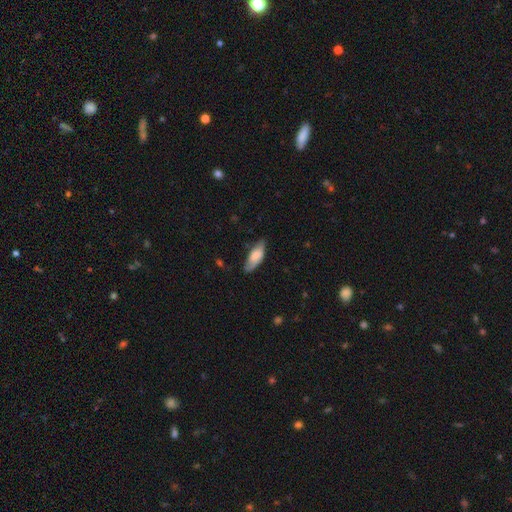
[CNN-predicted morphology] type=smooth (75%); roundness=in between (74%); merging=none (67%).